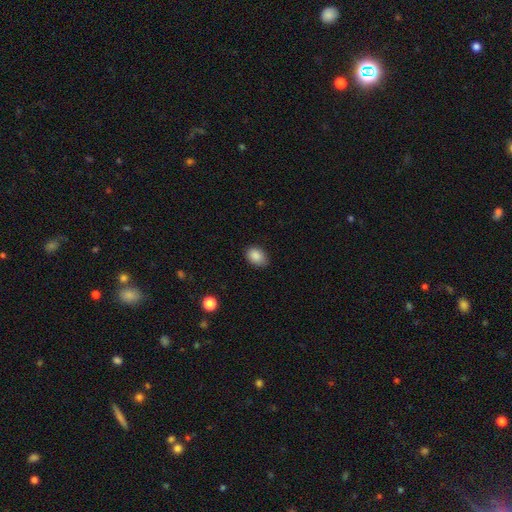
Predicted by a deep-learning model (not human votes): Overall: smooth (87%). How rounded: in between (73%). Merging: none (80%).